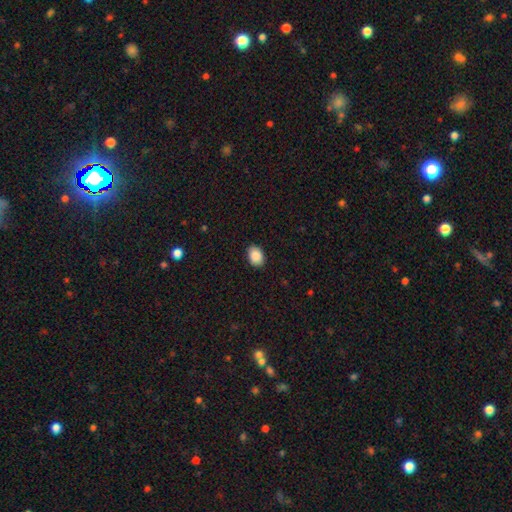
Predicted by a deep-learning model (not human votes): The model was most divided on "how rounded": in between: 79%, round: 20%, cigar-shaped: 1%. More confident: smooth or featured — smooth (90%); merging — none (88%).